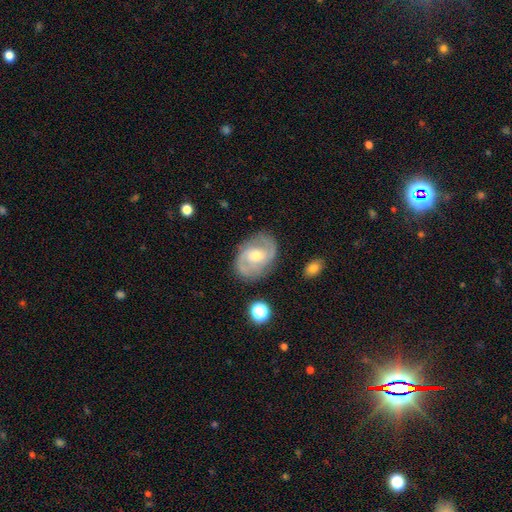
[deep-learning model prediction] featured or disk 79%, smooth 15%, star or artifact 6%. Down the decision tree: edge-on disk — no (97%); bar — weak (44%, tied with no); spiral arms — yes (92%); spiral arm count — 2 (83%); spiral winding — medium (51%); bulge size — moderate (56%); merging — none (78%).